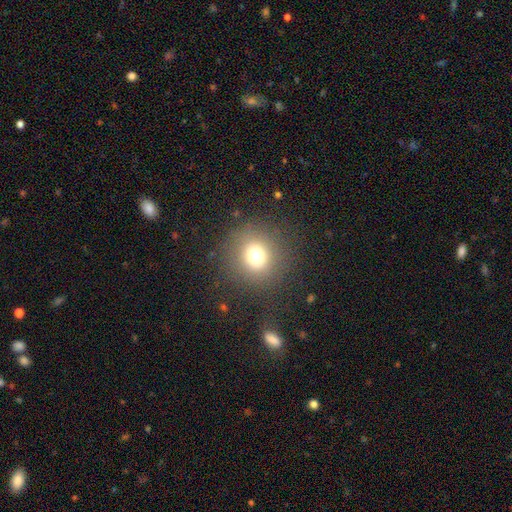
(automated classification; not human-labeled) Smooth or featured?
  - smooth: 73% *
  - star or artifact: 16%
  - featured or disk: 11%
How rounded?
  - round: 92% *
  - in between: 7%
  - cigar-shaped: 1%
Merging?
  - none: 85% *
  - minor disturbance: 8%
  - major disturbance: 6%
  - merger: 1%